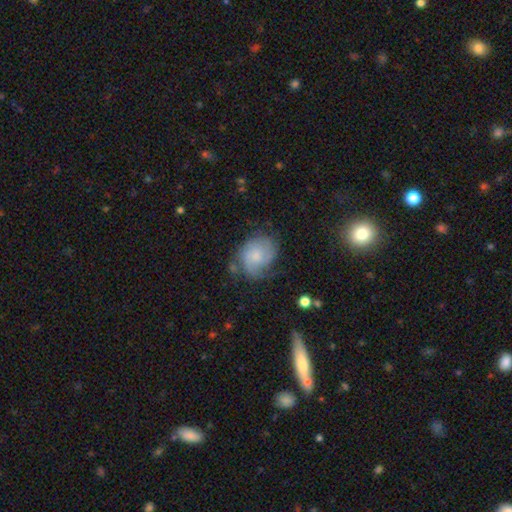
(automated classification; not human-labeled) Q: Smooth or featured?
A: featured or disk (48%); runner-up: smooth (44%)
Q: Merging?
A: none (55%); runner-up: minor disturbance (28%)